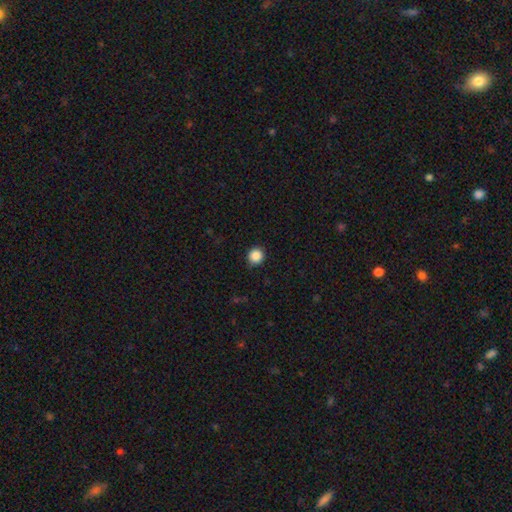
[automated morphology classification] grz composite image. It shows a smooth galaxy with no disk features (87%) that is round (93%). Merging: none (91%).